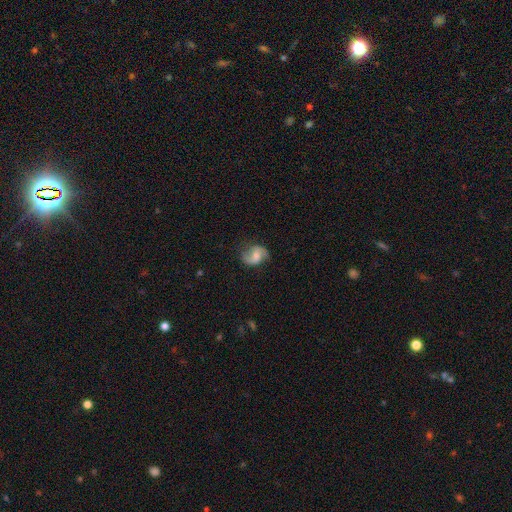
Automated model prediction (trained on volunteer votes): smooth_or_featured: featured or disk (p=0.76) [alt: smooth p=0.17]
disk_edge_on: no (p=0.98) [alt: yes p=0.02]
bar: weak (p=0.48) [alt: no p=0.37]
has_spiral_arms: yes (p=0.95) [alt: no p=0.05]
spiral_winding: loose (p=0.49) [alt: medium p=0.40]
spiral_arm_count: 2 (p=0.91) [alt: can't tell p=0.03]
bulge_size: moderate (p=0.41) [alt: small p=0.38]
merging: none (p=0.74) [alt: minor disturbance p=0.18]